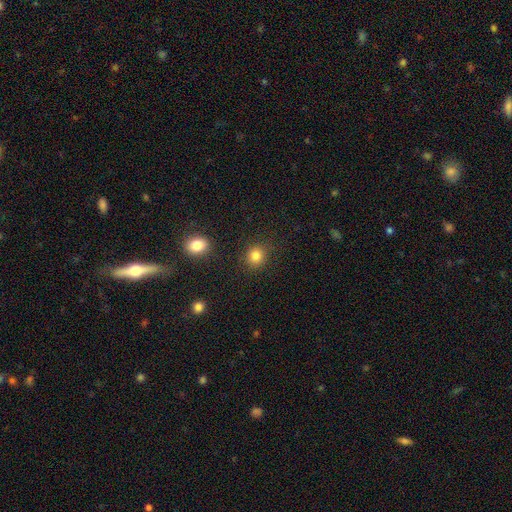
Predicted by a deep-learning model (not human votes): This appears to be a smooth galaxy with no disk features (84%) that is round (85%). Merging: none (87%).